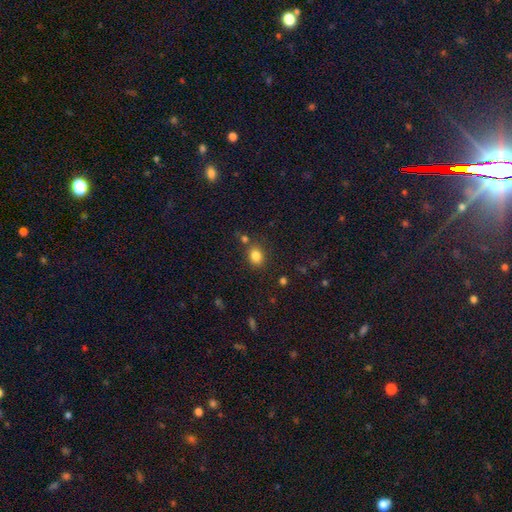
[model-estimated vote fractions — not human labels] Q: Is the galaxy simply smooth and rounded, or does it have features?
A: smooth — 82%.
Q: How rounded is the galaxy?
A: in between — 50%.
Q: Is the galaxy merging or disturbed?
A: none — 75%.